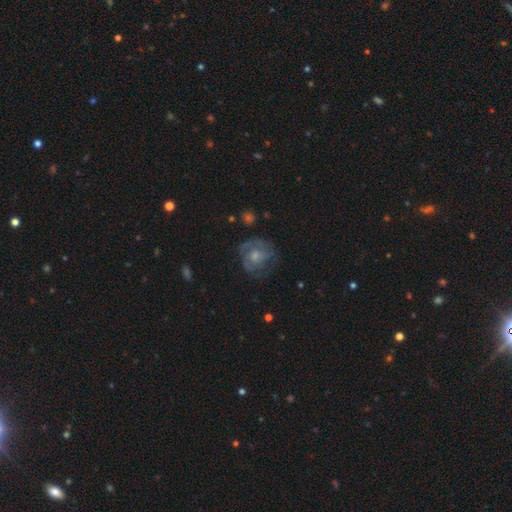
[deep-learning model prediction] Smooth or featured: featured or disk — 53% (smooth — 39%)
Edge-on disk: no — 97% (yes — 3%)
Bar: no — 75% (weak — 22%)
Spiral arms: yes — 56% (no — 44%)
Bulge size: moderate — 44% (small — 33%)
Merging: none — 55% (minor disturbance — 23%)